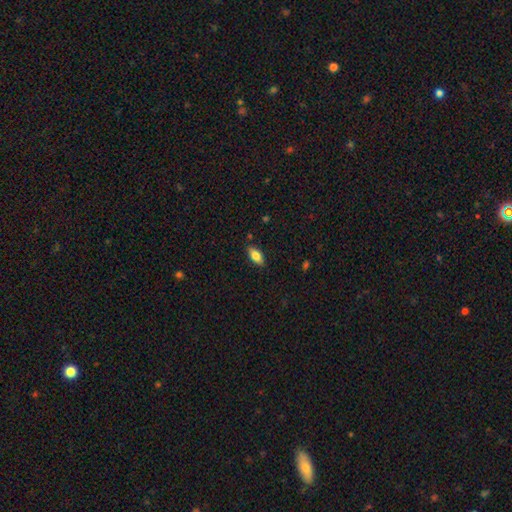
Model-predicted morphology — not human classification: This is likely a smooth galaxy (80%). How rounded: clearly in between (88%). Merging: clearly none (86%).